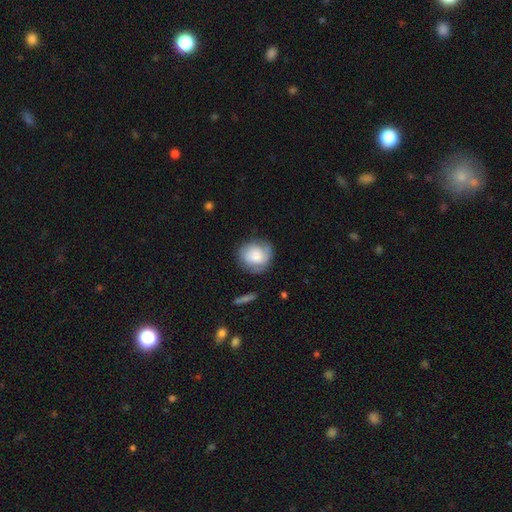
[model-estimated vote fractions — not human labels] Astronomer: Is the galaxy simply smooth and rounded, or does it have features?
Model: smooth — 62%.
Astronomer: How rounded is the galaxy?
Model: round — 80%.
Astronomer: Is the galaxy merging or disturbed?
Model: none — 70%.